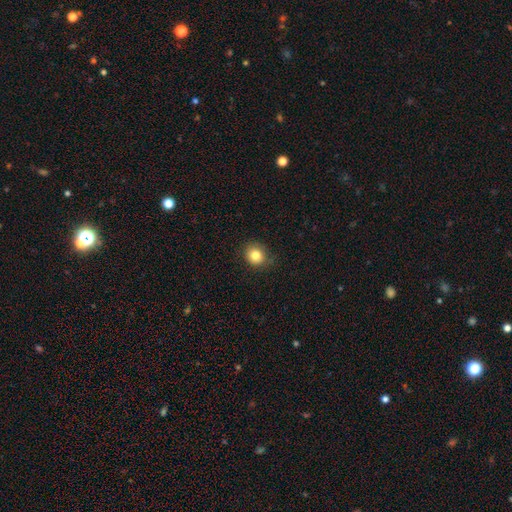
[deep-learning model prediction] This appears to be a smooth galaxy with no disk features (81%) that is round (83%). Merging: none (83%).